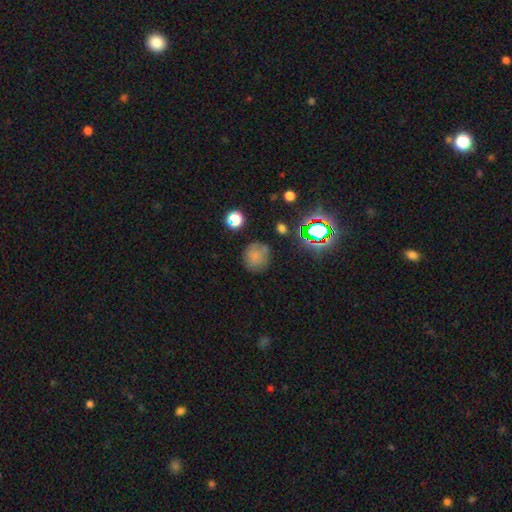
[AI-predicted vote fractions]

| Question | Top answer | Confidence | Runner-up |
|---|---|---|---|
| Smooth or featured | smooth | 71% | star or artifact (18%) |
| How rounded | round | 86% | in between (13%) |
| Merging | none | 72% | minor disturbance (17%) |